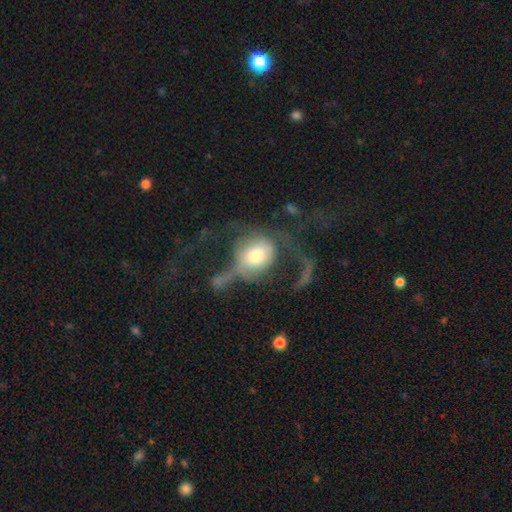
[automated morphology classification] A featured or disk galaxy (48%). Merging: major disturbance (62%).